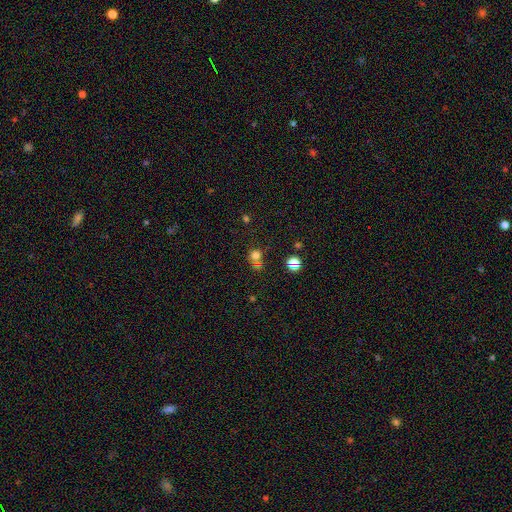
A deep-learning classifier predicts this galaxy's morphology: This is likely a smooth galaxy (69%). How rounded: likely round (77%). Merging: marginally none (40%).